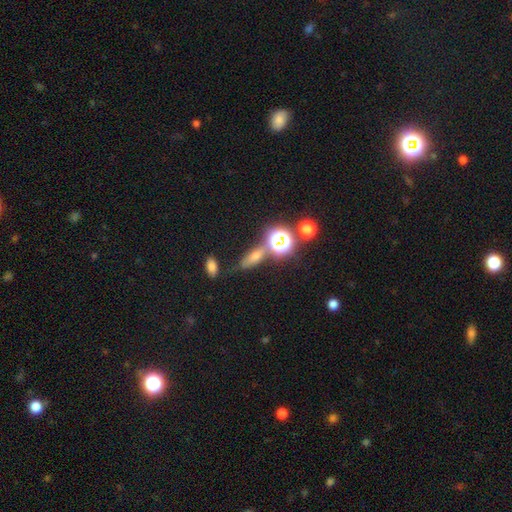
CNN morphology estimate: This is possibly a smooth galaxy (47%). Merging: likely none (69%).